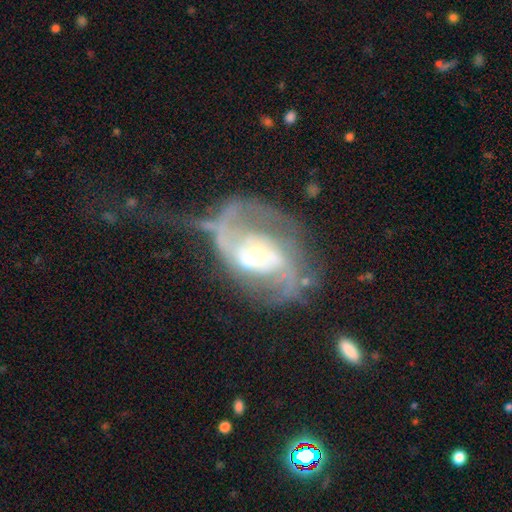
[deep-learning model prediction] smooth-or-featured: featured or disk: 86% | smooth: 8% | star or artifact: 6%
  disk-edge-on: no: 97% | yes: 3%
    bar: no: 60% | weak: 30% | strong: 9%
    has-spiral-arms: yes: 92% | no: 8%
      spiral-winding: medium: 44% | loose: 29% | tight: 26%
      spiral-arm-count: 2: 68% | can't tell: 14% | 1: 8% | 3: 5% | 4: 2% | more than 4: 2%
    bulge-size: small: 49% | moderate: 44% | large: 5% | none: 1% | dominant: 1%
  merging: major disturbance: 39% | none: 34% | minor disturbance: 18% | merger: 9%